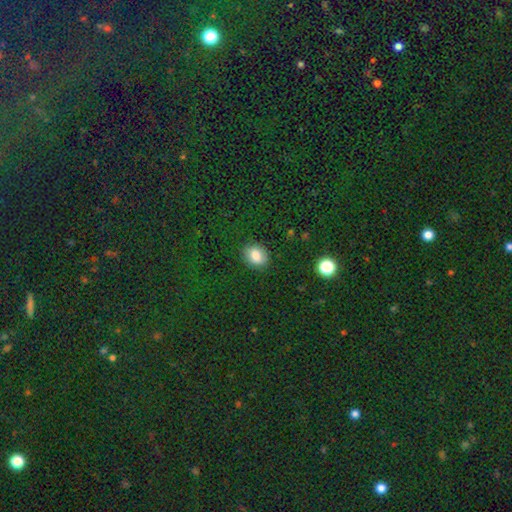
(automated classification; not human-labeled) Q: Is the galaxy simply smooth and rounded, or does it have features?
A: smooth — 81%.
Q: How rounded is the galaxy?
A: round — 54%.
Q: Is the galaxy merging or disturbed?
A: none — 87%.